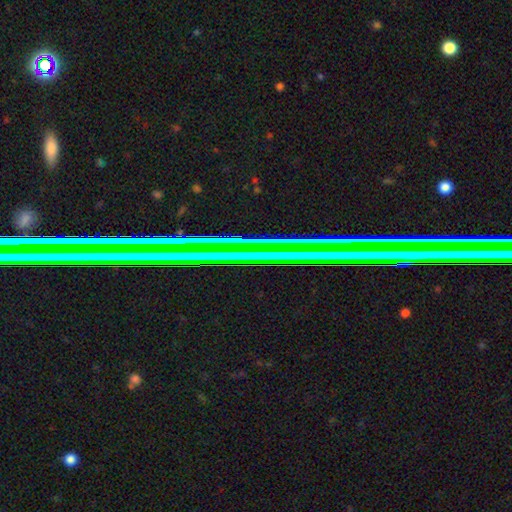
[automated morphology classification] A star or artifact, not a galaxy (72%).

Vote fractions:
- Smooth or featured? star or artifact: 72% / featured or disk: 19% / smooth: 9%